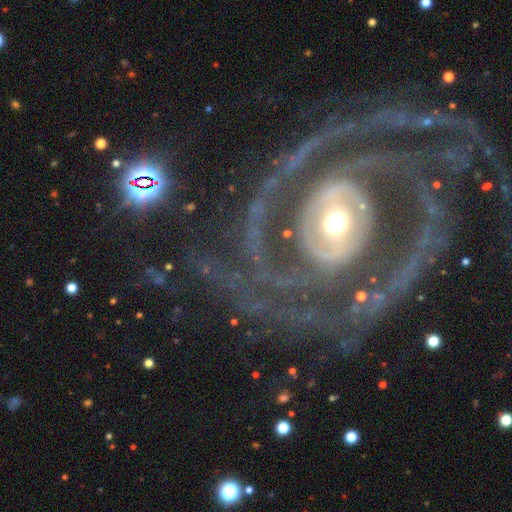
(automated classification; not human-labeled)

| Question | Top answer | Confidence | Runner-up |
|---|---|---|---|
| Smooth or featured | featured or disk | 91% | star or artifact (5%) |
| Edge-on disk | no | 97% | yes (3%) |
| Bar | no | 50% | weak (25%) |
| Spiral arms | yes | 95% | no (5%) |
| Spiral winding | tight | 63% | medium (30%) |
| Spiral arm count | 2 | 37% | 3 (18%) |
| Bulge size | moderate | 60% | small (25%) |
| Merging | none | 70% | minor disturbance (14%) |